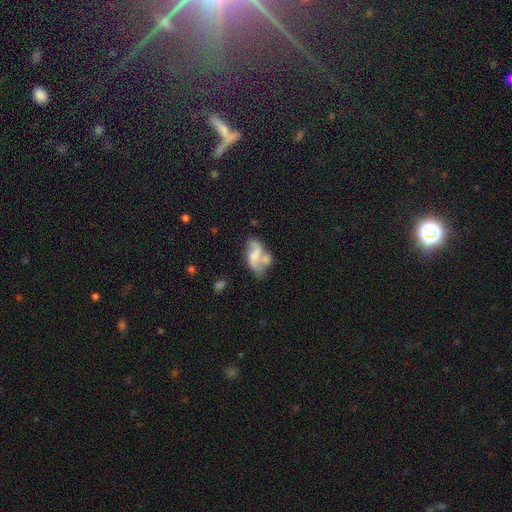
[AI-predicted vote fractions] This is possibly a featured or disk galaxy (56%). It is clearly not viewed edge-on (96%). Bar: possibly no (58%). Spiral arm pattern: likely yes (65%). Central bulge: marginally none (42%). Merging: marginally merger (37%).